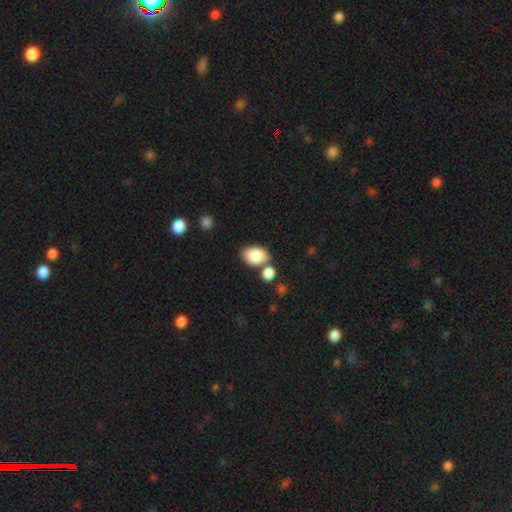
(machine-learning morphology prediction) smooth_or_featured: smooth (p=0.85) [alt: featured or disk p=0.08]
how_rounded: in between (p=0.83) [alt: round p=0.16]
merging: none (p=0.61) [alt: merger p=0.22]